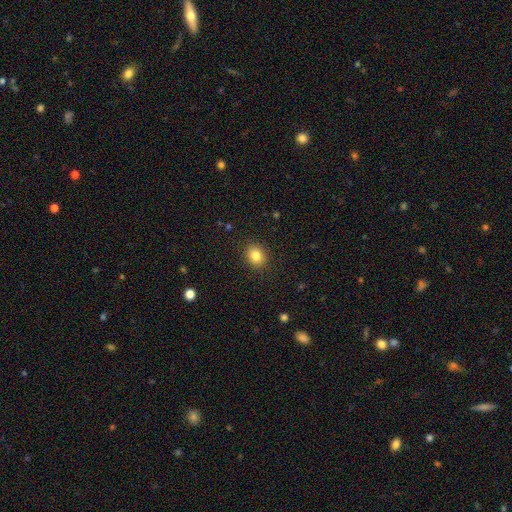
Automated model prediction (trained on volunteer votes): Smooth or featured?
  - smooth: 83% *
  - star or artifact: 11%
  - featured or disk: 6%
How rounded?
  - round: 67% *
  - in between: 32%
  - cigar-shaped: 1%
Merging?
  - none: 89% *
  - minor disturbance: 7%
  - major disturbance: 2%
  - merger: 1%